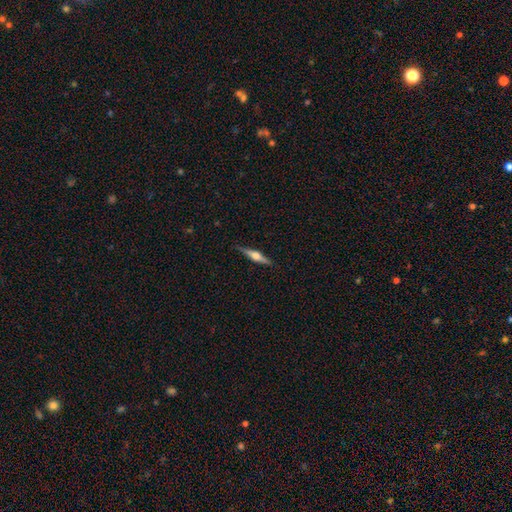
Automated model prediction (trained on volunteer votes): Morphology: type=featured or disk (71%); edge-on=yes (98%); edge-on bulge=rounded (93%); merging=none (88%).